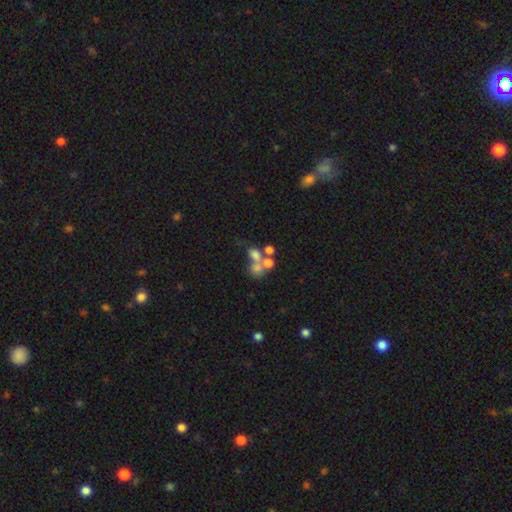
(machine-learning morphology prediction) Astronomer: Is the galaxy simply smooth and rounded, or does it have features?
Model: smooth — 56%.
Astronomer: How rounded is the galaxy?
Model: round — 65%.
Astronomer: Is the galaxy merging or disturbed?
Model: merger — 54%.